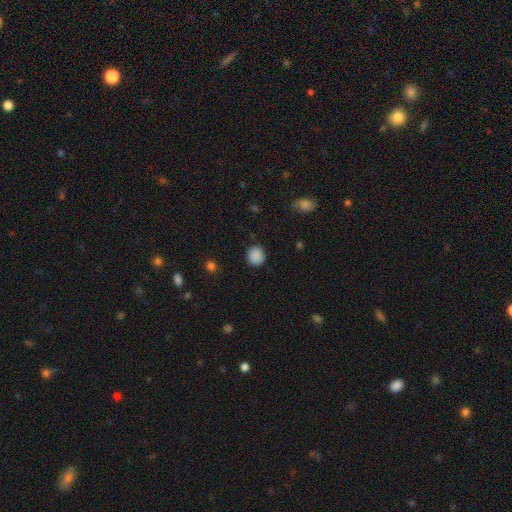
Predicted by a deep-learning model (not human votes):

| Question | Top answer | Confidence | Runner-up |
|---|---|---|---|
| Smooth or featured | smooth | 88% | star or artifact (9%) |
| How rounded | round | 88% | in between (11%) |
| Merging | none | 86% | minor disturbance (10%) |